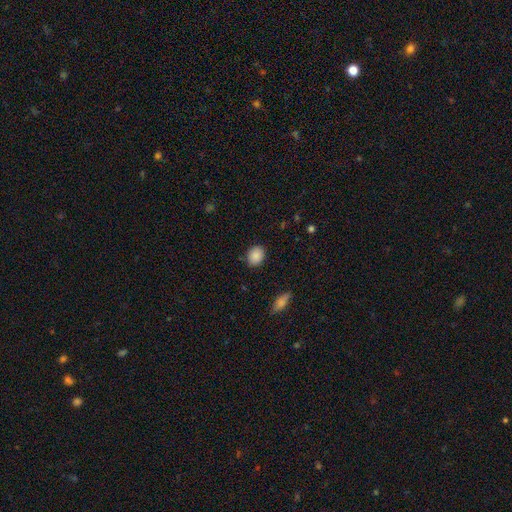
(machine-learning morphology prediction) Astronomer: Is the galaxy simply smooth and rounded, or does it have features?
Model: smooth — 88%.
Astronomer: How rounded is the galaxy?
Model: round — 54% (runner-up: in between, 45%).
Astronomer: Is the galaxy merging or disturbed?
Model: none — 86%.